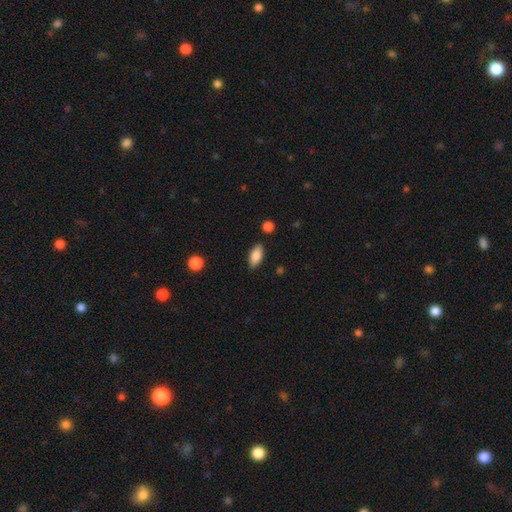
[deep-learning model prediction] The model was most divided on "merging": none: 86%, minor disturbance: 10%, major disturbance: 2%, merger: 2%. More confident: how rounded — in between (88%); smooth or featured — smooth (85%).